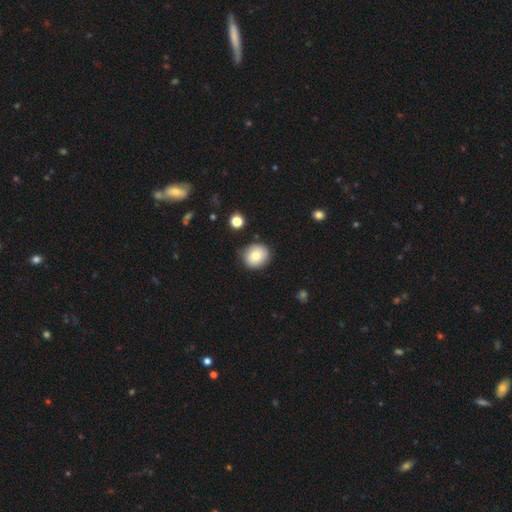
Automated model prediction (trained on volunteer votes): The model was most divided on "smooth or featured": smooth: 77%, featured or disk: 13%, star or artifact: 10%. More confident: how rounded — round (85%); merging — none (84%).